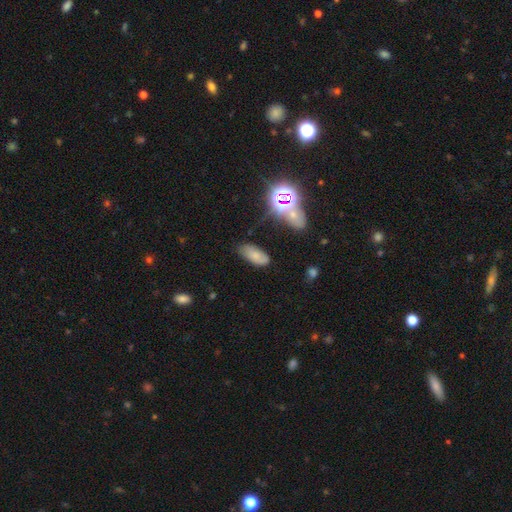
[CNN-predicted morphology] This appears to be a smooth galaxy with no disk features (70%) that is in between round and cigar-shaped (89%). Merging: none (71%).